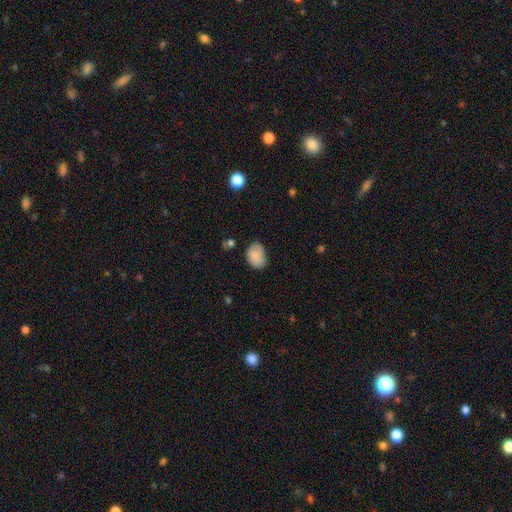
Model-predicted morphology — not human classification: smooth 82%, featured or disk 10%, star or artifact 8%. Down the decision tree: how rounded — in between (79%); merging — none (61%).